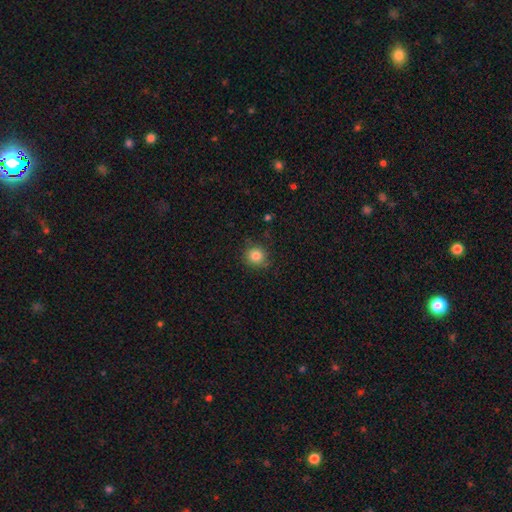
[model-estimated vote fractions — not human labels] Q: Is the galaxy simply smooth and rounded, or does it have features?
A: smooth — 83%.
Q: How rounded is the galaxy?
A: round — 88%.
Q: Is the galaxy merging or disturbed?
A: none — 80%.